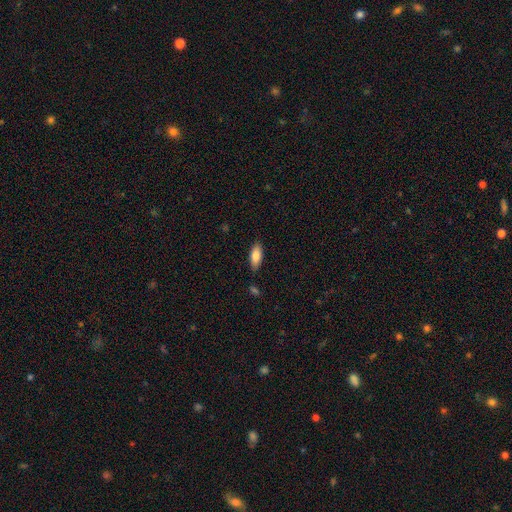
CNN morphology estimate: A smooth galaxy with no disk features (83%) that is in between round and cigar-shaped (79%). Merging: none (84%).